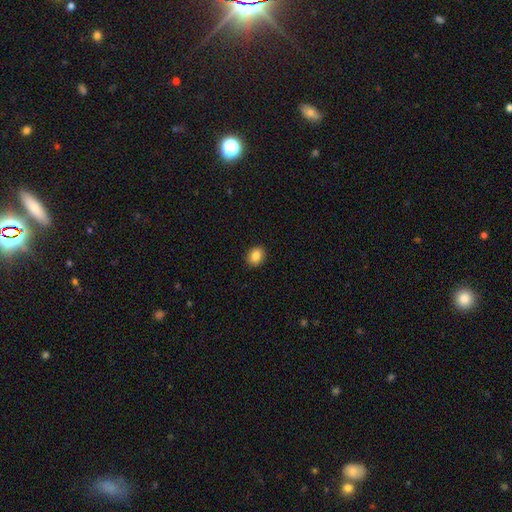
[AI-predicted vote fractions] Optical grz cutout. It shows a smooth galaxy with no disk features (85%) that is in between round and cigar-shaped (53%). Merging: none (90%).